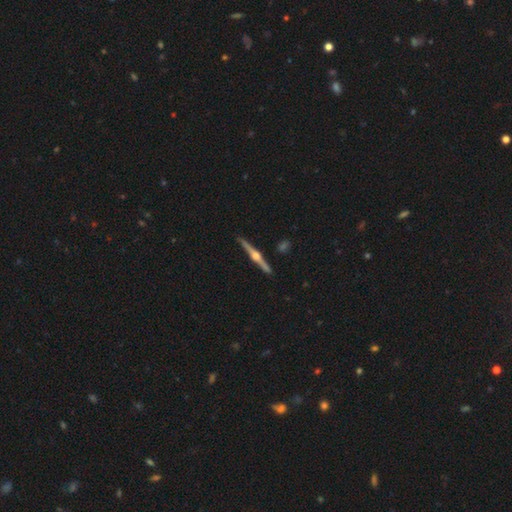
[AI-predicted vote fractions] Q: Smooth or featured?
A: featured or disk (84%); runner-up: smooth (11%)
Q: Edge-on disk?
A: yes (99%); runner-up: no (1%)
Q: Edge-on bulge?
A: rounded (95%); runner-up: boxy (3%)
Q: Merging?
A: none (91%); runner-up: minor disturbance (6%)